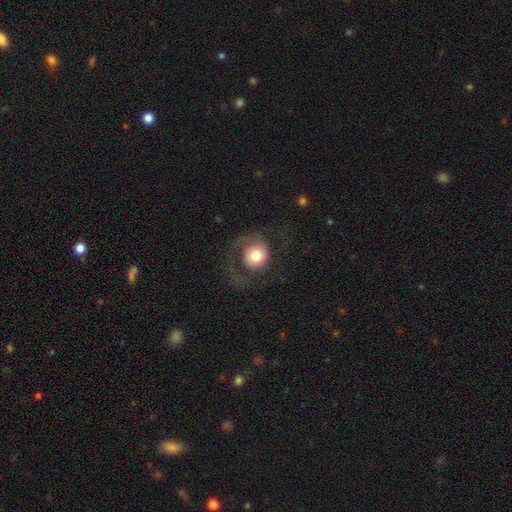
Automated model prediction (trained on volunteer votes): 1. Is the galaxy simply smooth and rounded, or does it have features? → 54% smooth, 38% featured or disk, 8% star or artifact.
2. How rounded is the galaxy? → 83% round, 16% in between, 1% cigar-shaped.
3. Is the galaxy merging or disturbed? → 46% none, 37% major disturbance, 16% minor disturbance, 2% merger.